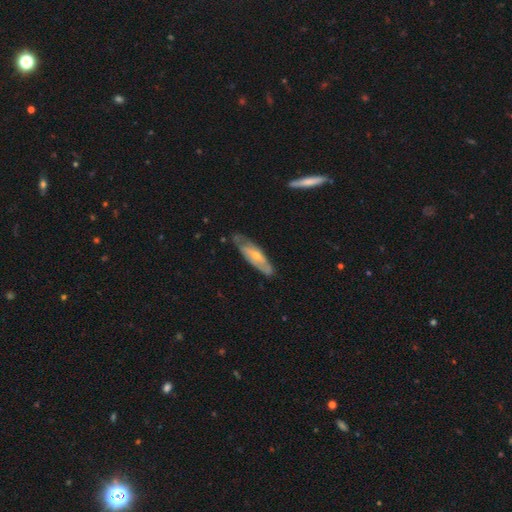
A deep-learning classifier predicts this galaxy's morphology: Smooth or featured? featured or disk (62%)
Edge-on disk? no (65%)
Merging? none (67%)